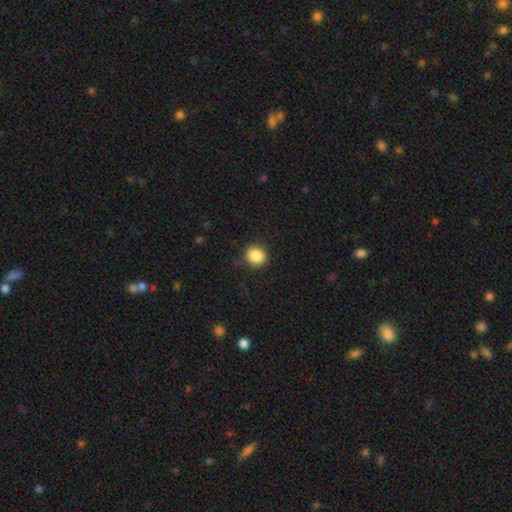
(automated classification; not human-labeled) smooth 87%, star or artifact 9%, featured or disk 4%. Down the decision tree: how rounded — round (84%); merging — none (85%).